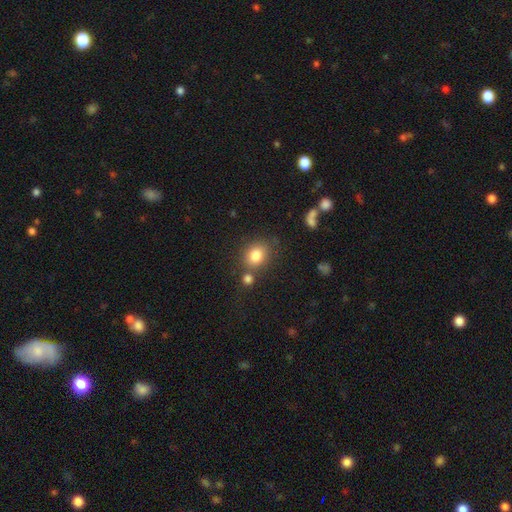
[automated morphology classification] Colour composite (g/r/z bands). It shows a smooth galaxy with no disk features (81%) that is round (64%). Merging: none (68%).